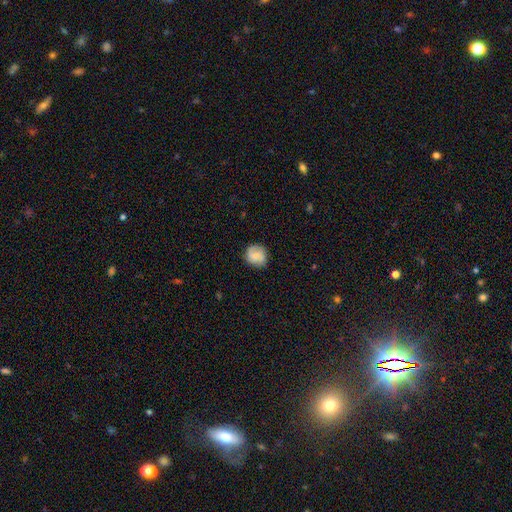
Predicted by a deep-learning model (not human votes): Smooth or featured? Predicted: smooth (p=0.68). How rounded? Predicted: round (p=0.86). Merging? Predicted: none (p=0.76).